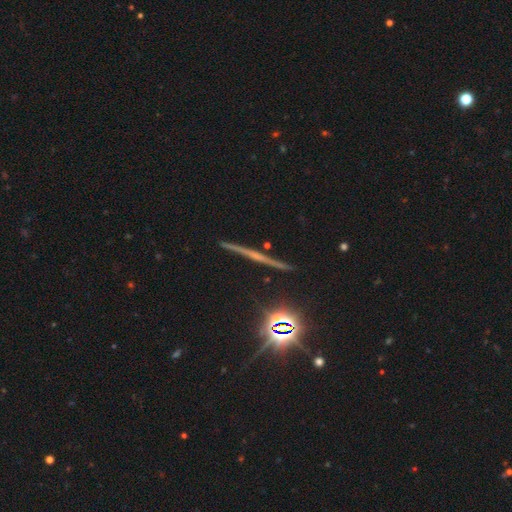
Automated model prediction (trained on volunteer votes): smooth_or_featured: featured or disk (p=0.50) [alt: star or artifact p=0.33]
merging: none (p=0.87) [alt: minor disturbance p=0.07]